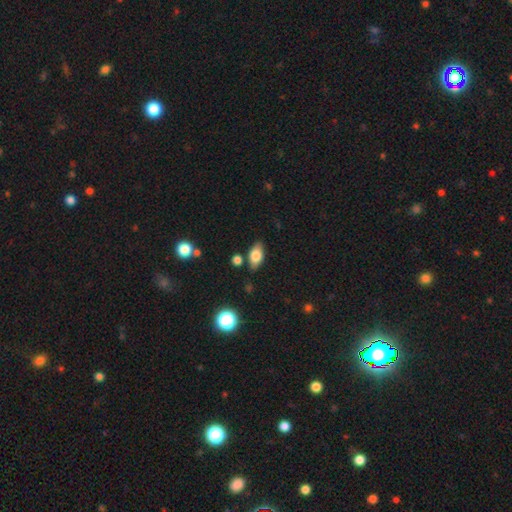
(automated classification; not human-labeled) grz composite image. It shows a smooth galaxy with no disk features (75%) that is in between round and cigar-shaped (88%). Merging: none (80%).